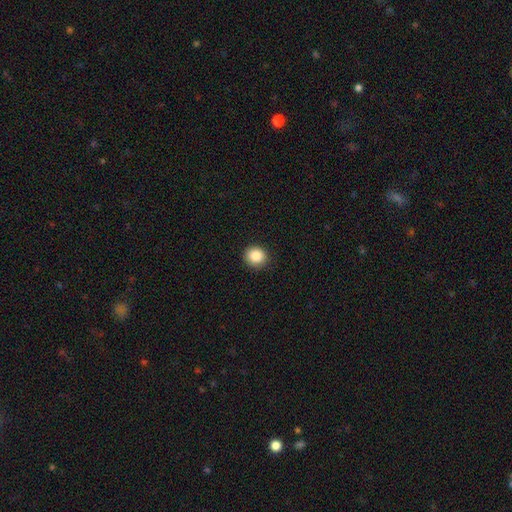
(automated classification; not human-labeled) smooth 87%, star or artifact 9%, featured or disk 4%. Down the decision tree: how rounded — round (88%); merging — none (91%).